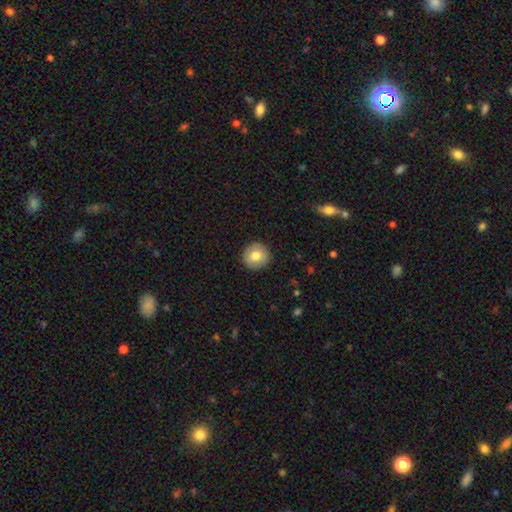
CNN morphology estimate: smooth 75%, featured or disk 18%, star or artifact 8%. Down the decision tree: how rounded — round (94%); merging — none (91%).